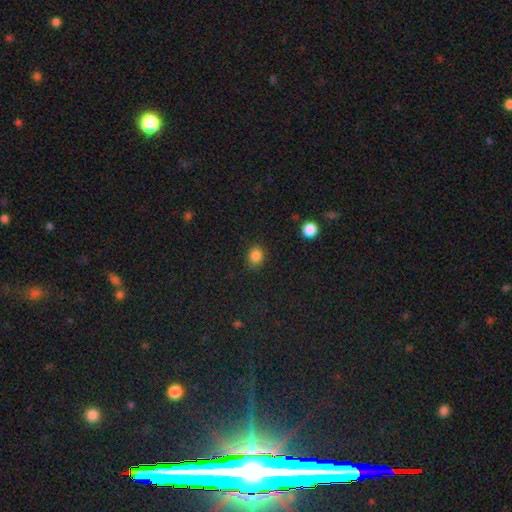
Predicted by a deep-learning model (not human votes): smooth 85%, star or artifact 12%, featured or disk 3%. Down the decision tree: how rounded — round (75%); merging — none (84%).